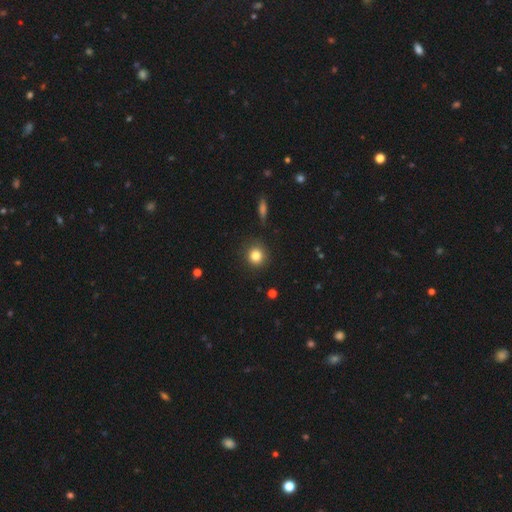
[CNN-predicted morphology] This appears to be a smooth galaxy with no disk features (83%) that is round (91%). Merging: none (89%).